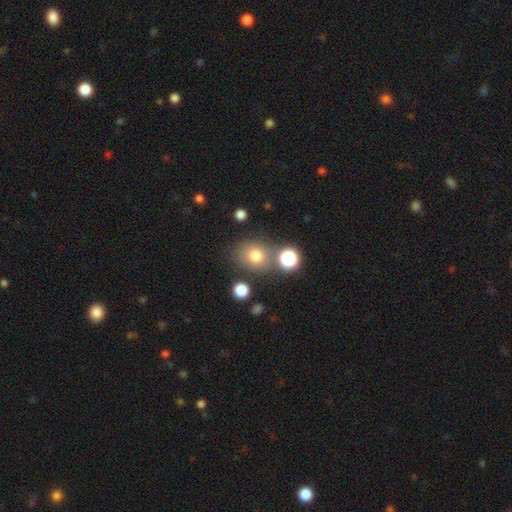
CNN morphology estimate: A smooth galaxy with no disk features (75%) that is round (70%).

Vote fractions:
- Smooth or featured? smooth: 75% / star or artifact: 15% / featured or disk: 10%
- How rounded? round: 70% / in between: 29% / cigar-shaped: 1%
- Merging? none: 71% / minor disturbance: 13% / merger: 11% / major disturbance: 5%